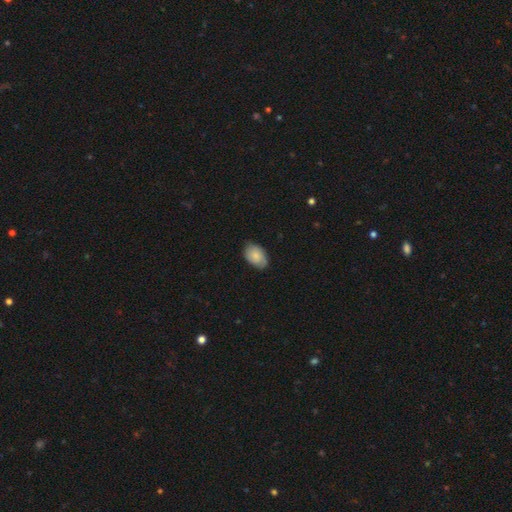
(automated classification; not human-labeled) Smooth or featured?
  - smooth: 73% *
  - featured or disk: 20%
  - star or artifact: 7%
How rounded?
  - in between: 88% *
  - round: 11%
  - cigar-shaped: 1%
Merging?
  - none: 77% *
  - minor disturbance: 19%
  - major disturbance: 3%
  - merger: 1%